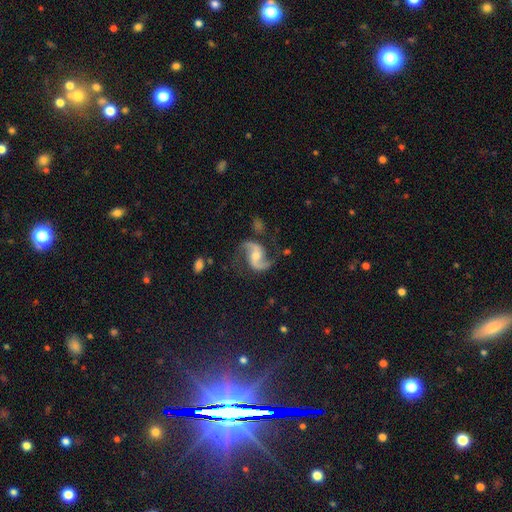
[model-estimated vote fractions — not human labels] Overall: featured or disk (91%). Edge-on disk: no (98%). Bar: no (43%; weak 41%). Spiral arms: yes (98%). Spiral arm count: 2 (94%). Spiral winding: loose (54%; medium 39%). Bulge size: moderate (53%; small 35%). Merging: none (73%).